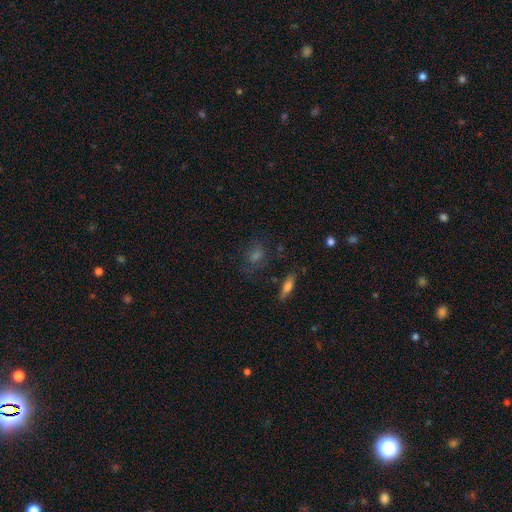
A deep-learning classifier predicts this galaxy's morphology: smooth_or_featured: smooth (p=0.45) [alt: star or artifact p=0.29]
merging: none (p=0.74) [alt: minor disturbance p=0.15]